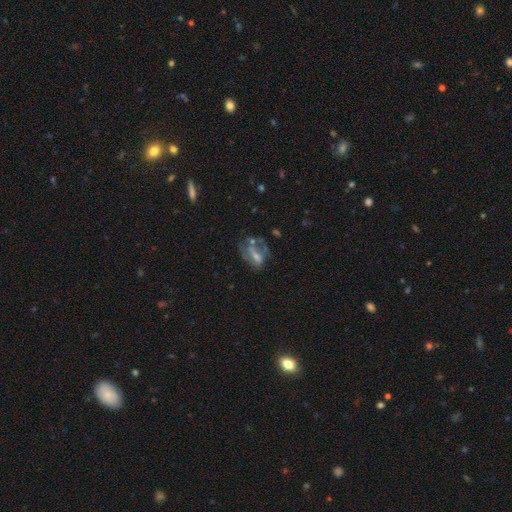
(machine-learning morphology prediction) This appears to be a featured or disk galaxy (57%) with no bar (40%), no spiral arms (61%) and a small central bulge (39%). Merging: none (34%).